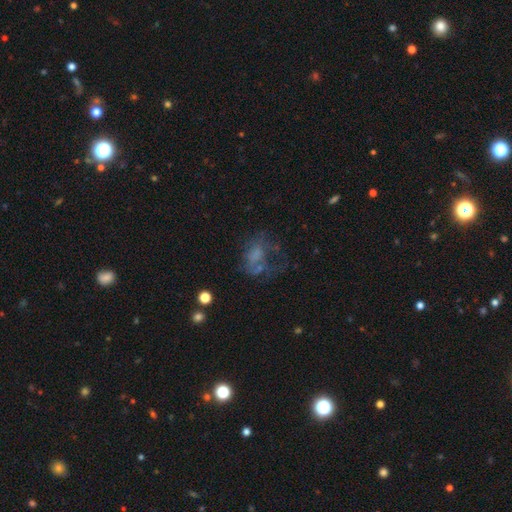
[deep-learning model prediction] smooth-or-featured: featured or disk: 43% | smooth: 38% | star or artifact: 19%
  merging: major disturbance: 47% | none: 28% | minor disturbance: 17% | merger: 9%